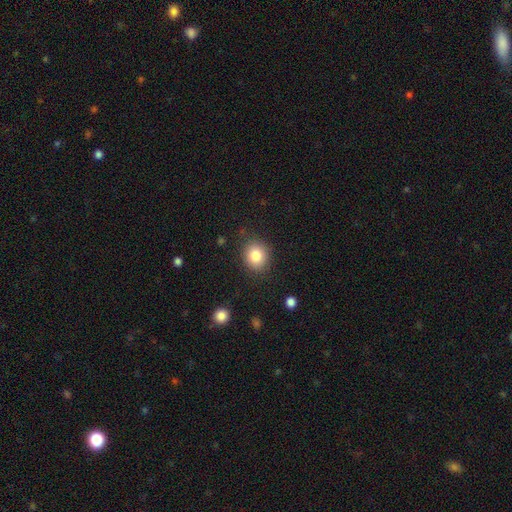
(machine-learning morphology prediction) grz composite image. It shows a smooth galaxy with no disk features (83%) that is round (75%). Merging: none (86%).